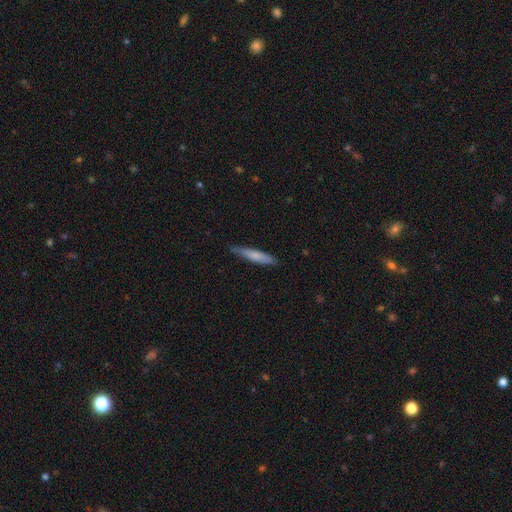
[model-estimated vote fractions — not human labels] Smooth or featured? Predicted: smooth (p=0.71). How rounded? Predicted: cigar-shaped (p=0.90). Merging? Predicted: none (p=0.82).